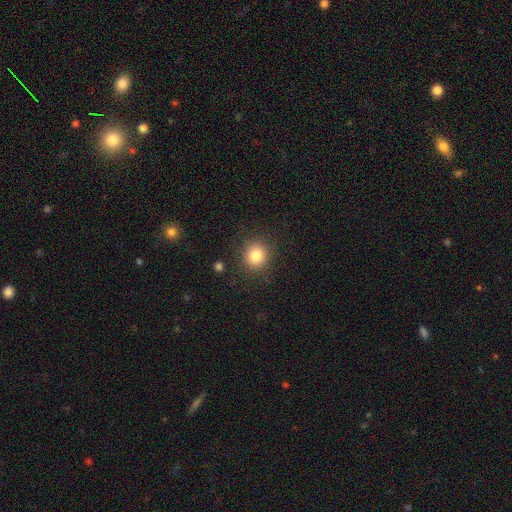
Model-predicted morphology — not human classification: smooth_or_featured: smooth (p=0.82) [alt: star or artifact p=0.11]
how_rounded: round (p=0.85) [alt: in between p=0.14]
merging: none (p=0.88) [alt: minor disturbance p=0.08]